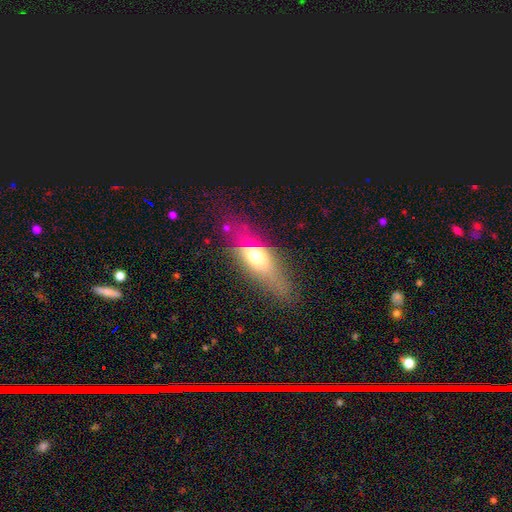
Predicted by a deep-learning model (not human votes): This appears to be a smooth galaxy with no disk features (47%). Merging: none (67%).